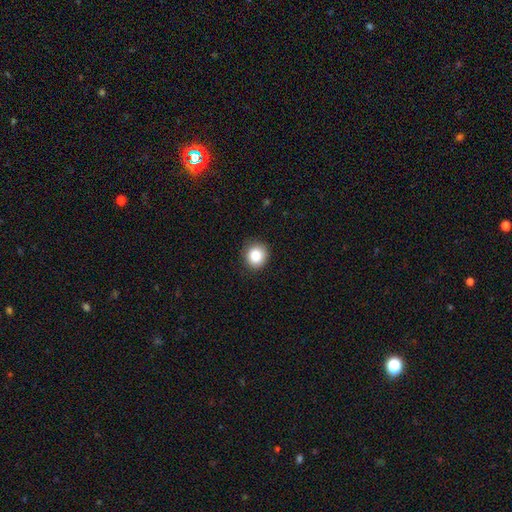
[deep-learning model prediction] The model was most divided on "smooth or featured": smooth: 85%, star or artifact: 10%, featured or disk: 5%. More confident: merging — none (88%); how rounded — round (87%).